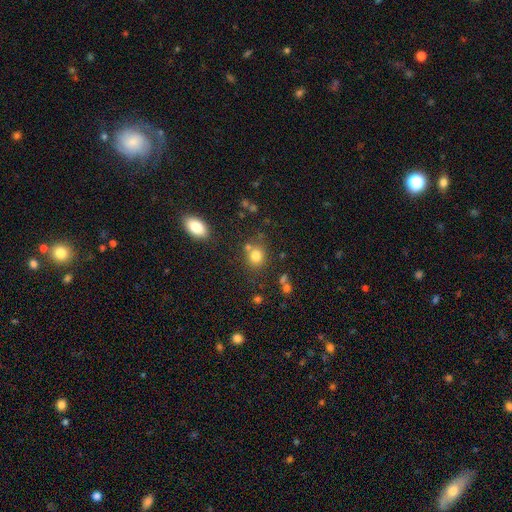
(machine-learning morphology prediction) Smooth or featured?
  - smooth: 78% *
  - star or artifact: 13%
  - featured or disk: 8%
How rounded?
  - round: 71% *
  - in between: 28%
  - cigar-shaped: 1%
Merging?
  - none: 68% *
  - merger: 16%
  - minor disturbance: 12%
  - major disturbance: 4%